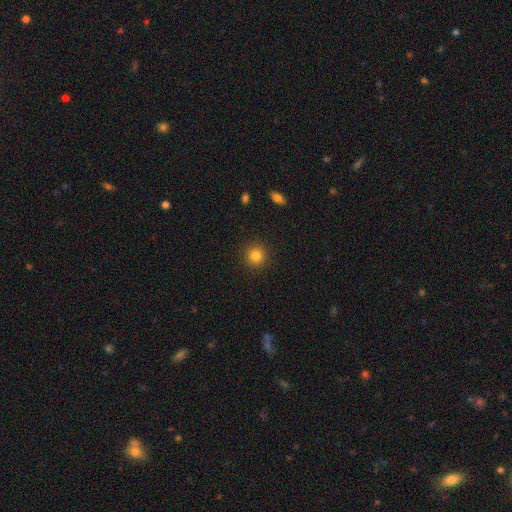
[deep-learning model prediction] Smooth or featured?
  - smooth: 83% *
  - star or artifact: 12%
  - featured or disk: 5%
How rounded?
  - round: 94% *
  - in between: 5%
  - cigar-shaped: 1%
Merging?
  - none: 92% *
  - minor disturbance: 5%
  - major disturbance: 2%
  - merger: 1%